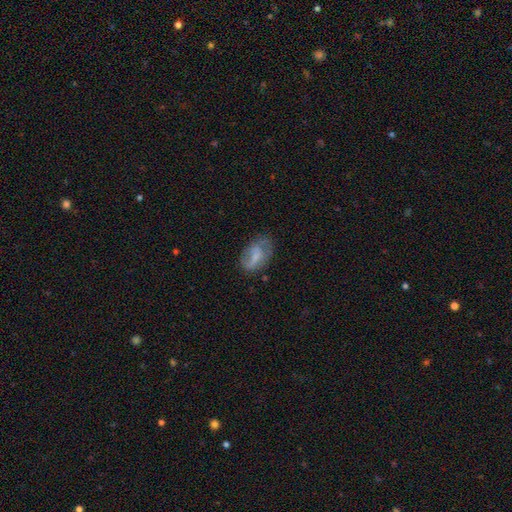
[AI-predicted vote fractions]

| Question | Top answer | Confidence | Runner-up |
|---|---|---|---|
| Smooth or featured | smooth | 48% | featured or disk (44%) |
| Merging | none | 52% | minor disturbance (28%) |